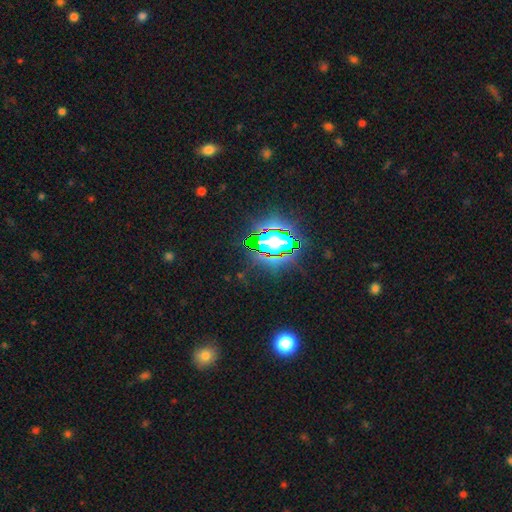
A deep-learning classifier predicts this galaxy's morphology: Smooth or featured? Predicted: star or artifact (p=0.80).